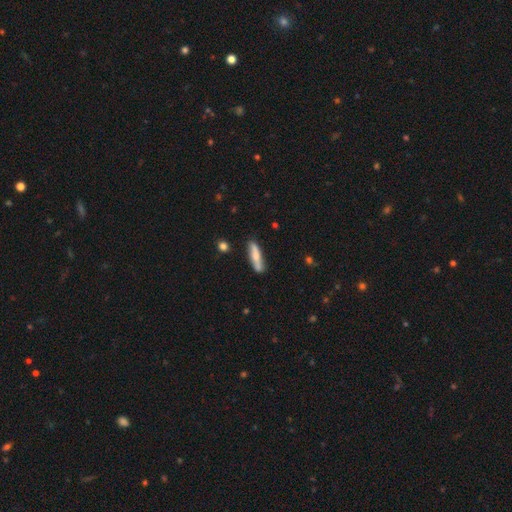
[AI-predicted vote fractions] This is likely a smooth galaxy (67%). How rounded: clearly cigar-shaped (80%). Merging: likely none (75%).